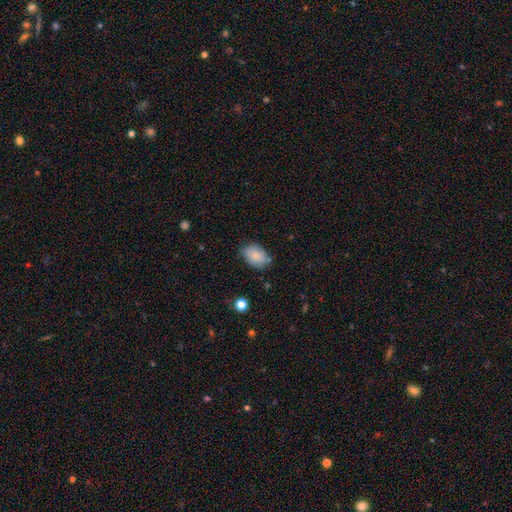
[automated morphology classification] Smooth or featured?
  - smooth: 85% *
  - featured or disk: 8%
  - star or artifact: 7%
How rounded?
  - in between: 84% *
  - round: 14%
  - cigar-shaped: 1%
Merging?
  - none: 68% *
  - minor disturbance: 24%
  - major disturbance: 5%
  - merger: 3%